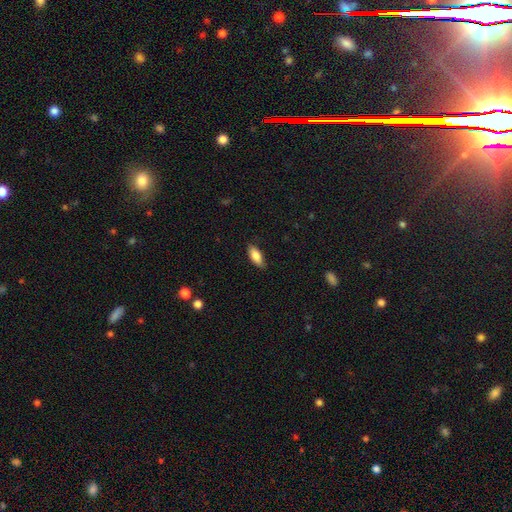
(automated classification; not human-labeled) Smooth or featured? Predicted: smooth (p=0.84). How rounded? Predicted: in between (p=0.83). Merging? Predicted: none (p=0.82).